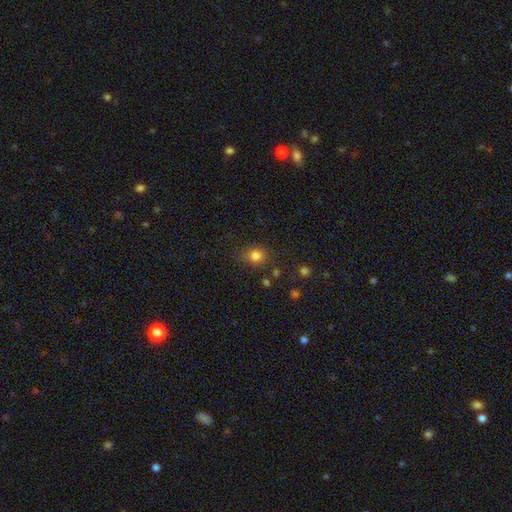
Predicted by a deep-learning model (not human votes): Q: Smooth or featured?
A: smooth (81%); runner-up: star or artifact (13%)
Q: How rounded?
A: round (74%); runner-up: in between (25%)
Q: Merging?
A: none (78%); runner-up: minor disturbance (14%)